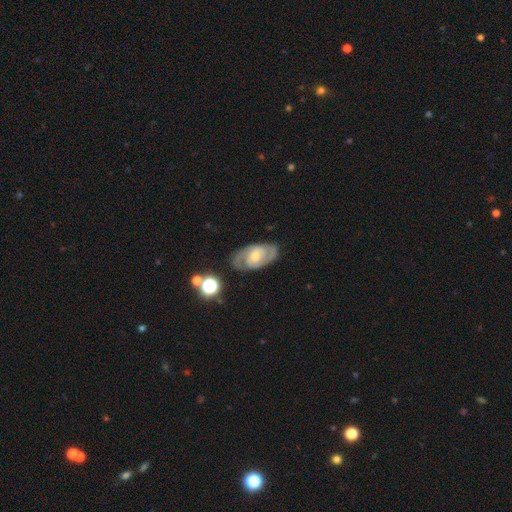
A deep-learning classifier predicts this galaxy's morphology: Smooth or featured? Predicted: featured or disk (p=0.77). Edge-on disk? Predicted: no (p=0.95). Bar? Predicted: no (p=0.51). Spiral arms? Predicted: yes (p=0.90). Spiral winding? Predicted: tight (p=0.45). Spiral arm count? Predicted: 2 (p=0.75). Bulge size? Predicted: small (p=0.50). Merging? Predicted: none (p=0.76).